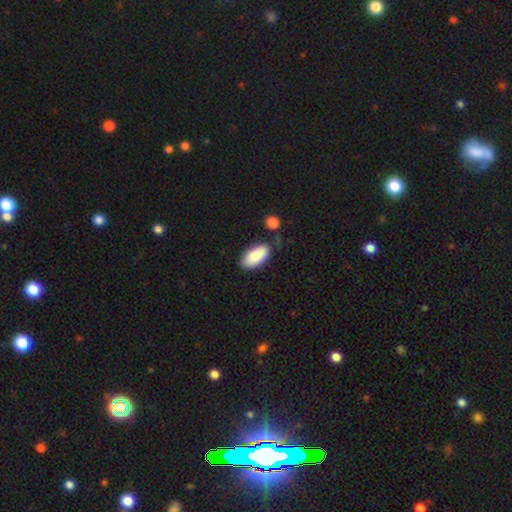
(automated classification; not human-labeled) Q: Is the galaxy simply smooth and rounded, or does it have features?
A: smooth — 86%.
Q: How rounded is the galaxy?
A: in between — 92%.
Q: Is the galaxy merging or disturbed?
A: none — 73%.